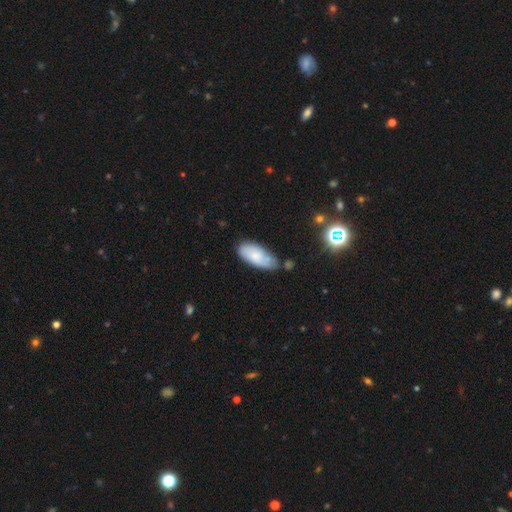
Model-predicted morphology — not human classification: This is likely a smooth galaxy (74%). How rounded: clearly in between (86%). Merging: likely none (62%).